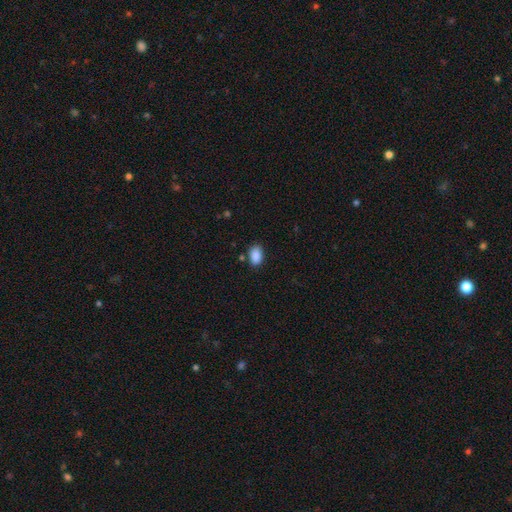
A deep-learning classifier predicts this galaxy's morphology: Smooth or featured? Predicted: smooth (p=0.89). How rounded? Predicted: in between (p=0.90). Merging? Predicted: none (p=0.83).